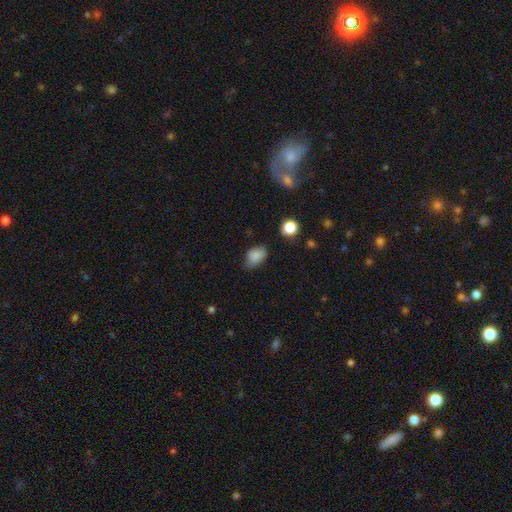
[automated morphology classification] Smooth or featured? smooth (85%)
How rounded? in between (83%)
Merging? none (64%)